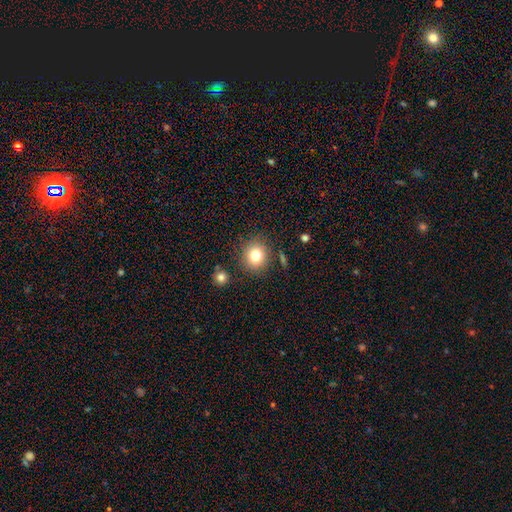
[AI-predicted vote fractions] smooth-or-featured: smooth: 81% | star or artifact: 11% | featured or disk: 8%
  how-rounded: round: 80% | in between: 19% | cigar-shaped: 1%
  merging: none: 83% | minor disturbance: 10% | merger: 4% | major disturbance: 3%